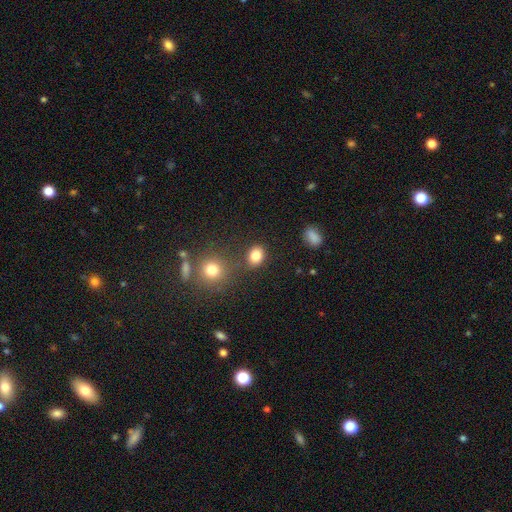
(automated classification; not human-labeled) This appears to be a smooth galaxy with no disk features (83%) that is in between round and cigar-shaped (54%). Merging: none (77%).